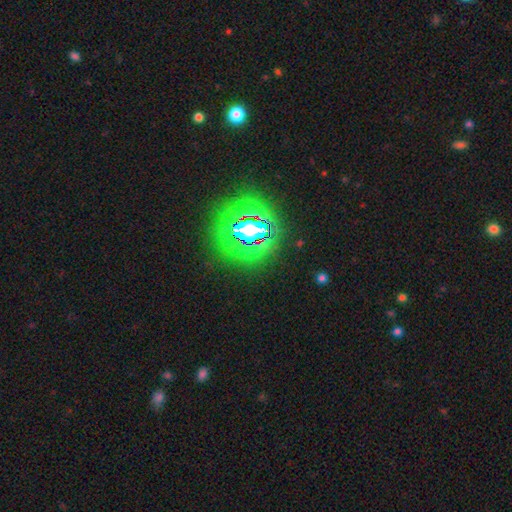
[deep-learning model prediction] The model was most divided on "smooth or featured": star or artifact: 84%, smooth: 10%, featured or disk: 6%.